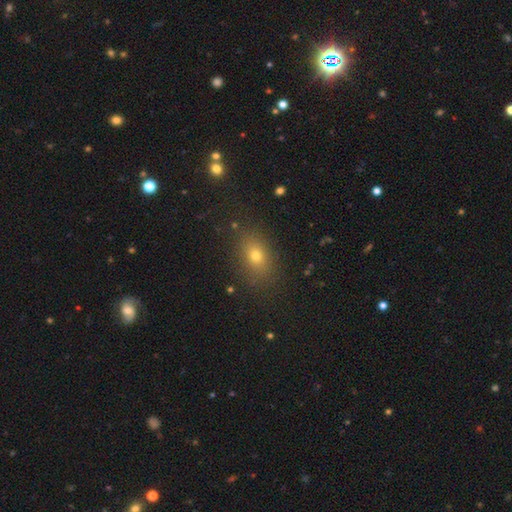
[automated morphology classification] The model was most divided on "how rounded": in between: 72%, round: 25%, cigar-shaped: 3%. More confident: merging — none (83%); smooth or featured — smooth (70%).